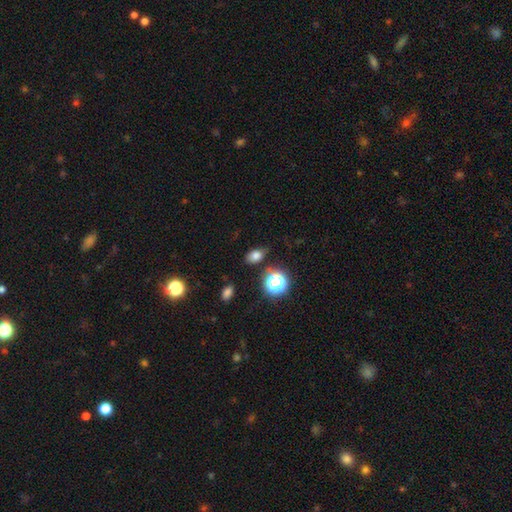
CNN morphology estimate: smooth 76%, star or artifact 17%, featured or disk 7%. Down the decision tree: how rounded — in between (76%); merging — none (77%).